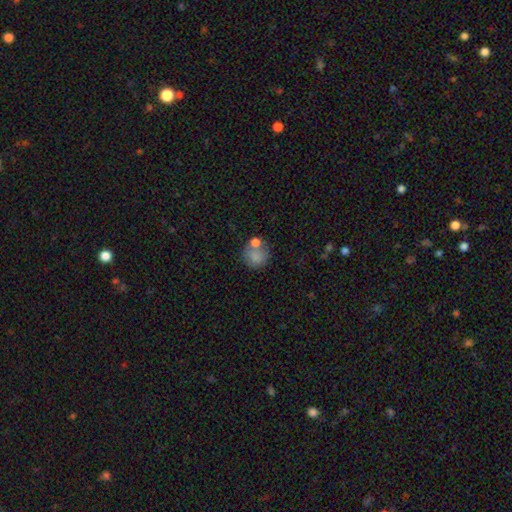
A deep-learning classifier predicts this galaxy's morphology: Overall: smooth (78%). How rounded: round (84%). Merging: none (48%; merger 31%).